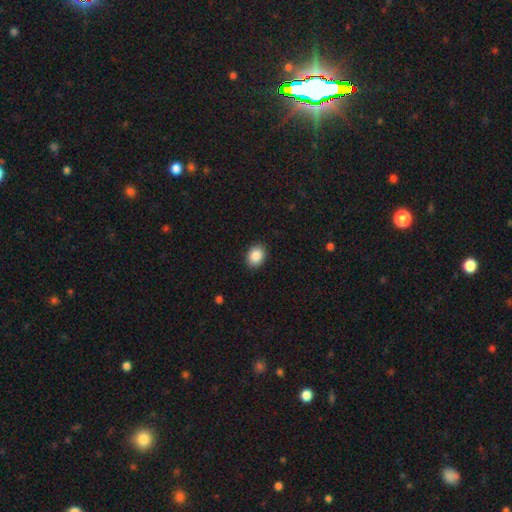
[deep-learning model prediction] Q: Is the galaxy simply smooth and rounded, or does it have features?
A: smooth — 88%.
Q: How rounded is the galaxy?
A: in between — 57%.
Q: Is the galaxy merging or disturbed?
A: none — 90%.